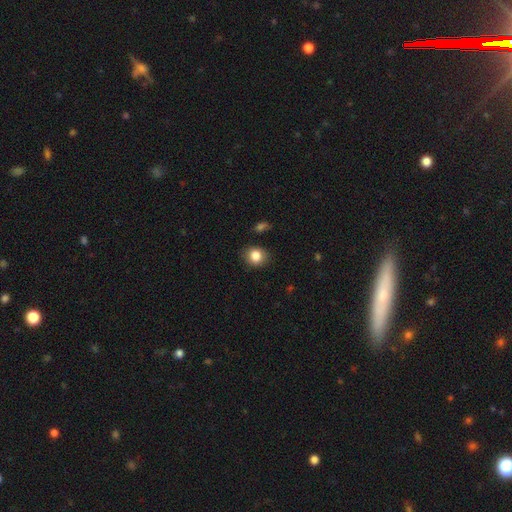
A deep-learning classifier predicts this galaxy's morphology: Smooth or featured? smooth (84%)
How rounded? round (71%)
Merging? none (85%)